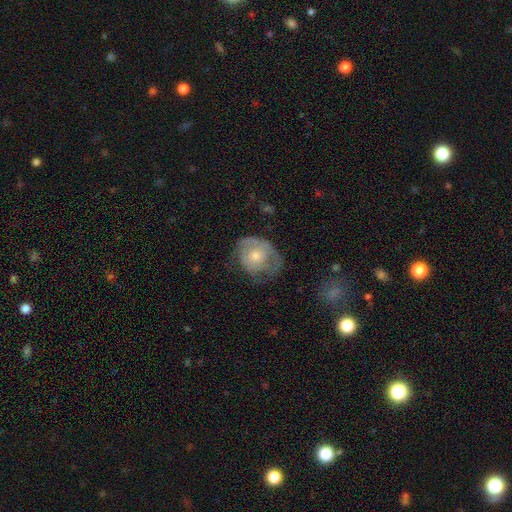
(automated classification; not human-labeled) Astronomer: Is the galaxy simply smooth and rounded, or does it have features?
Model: smooth — 47% (runner-up: featured or disk, 46%).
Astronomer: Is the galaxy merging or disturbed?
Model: none — 41% (runner-up: minor disturbance, 30%).